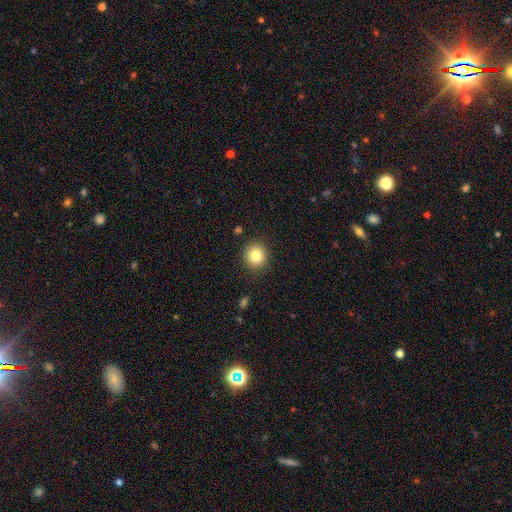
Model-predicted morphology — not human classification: smooth 82%, star or artifact 11%, featured or disk 7%. Down the decision tree: how rounded — round (89%); merging — none (89%).